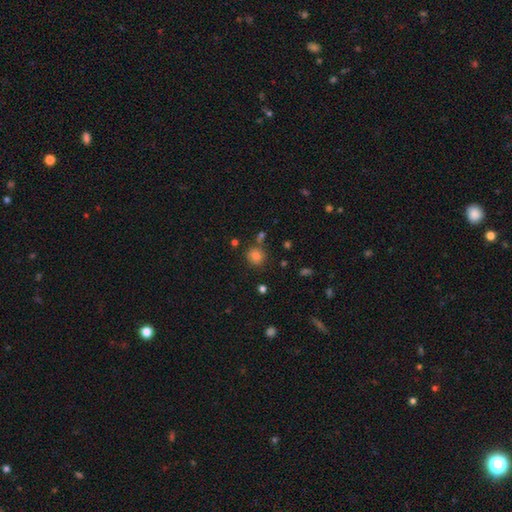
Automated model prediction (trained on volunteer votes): The model was most divided on "merging": none: 77%, minor disturbance: 11%, merger: 9%, major disturbance: 4%. More confident: how rounded — round (84%); smooth or featured — smooth (81%).